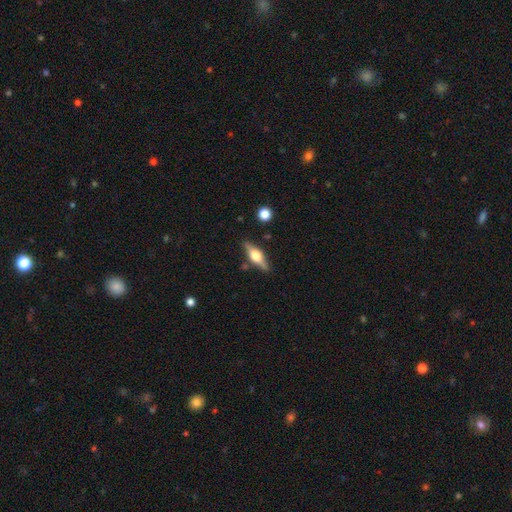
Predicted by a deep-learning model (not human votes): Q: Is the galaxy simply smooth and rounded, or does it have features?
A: featured or disk — 63%.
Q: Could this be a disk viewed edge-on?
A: yes — 94%.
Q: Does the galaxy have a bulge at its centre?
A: rounded — 92%.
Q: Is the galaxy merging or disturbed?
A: none — 84%.